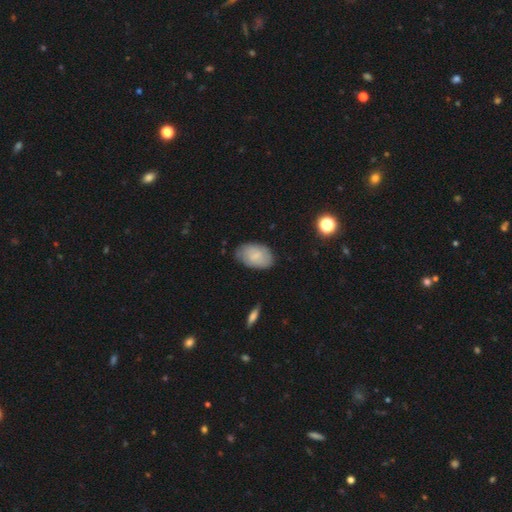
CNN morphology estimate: A smooth galaxy with no disk features (67%) that is in between round and cigar-shaped (92%).

Vote fractions:
- Smooth or featured? smooth: 67% / featured or disk: 26% / star or artifact: 8%
- How rounded? in between: 92% / round: 6% / cigar-shaped: 1%
- Merging? none: 75% / minor disturbance: 19% / major disturbance: 4% / merger: 1%